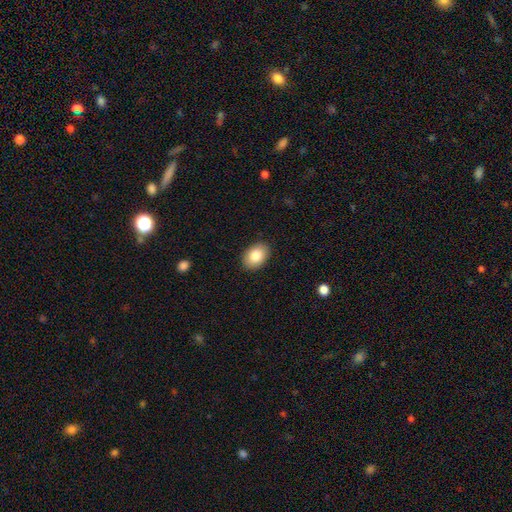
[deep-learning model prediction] Morphology: type=smooth (85%); roundness=in between (83%); merging=none (89%).